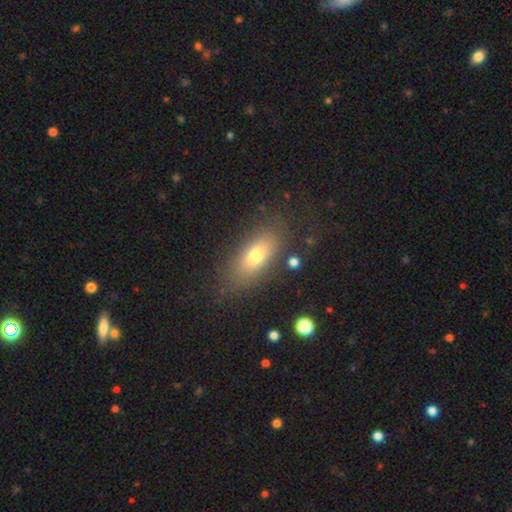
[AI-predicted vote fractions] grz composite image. It shows a smooth galaxy with no disk features (70%) that is in between round and cigar-shaped (79%). Merging: none (80%).